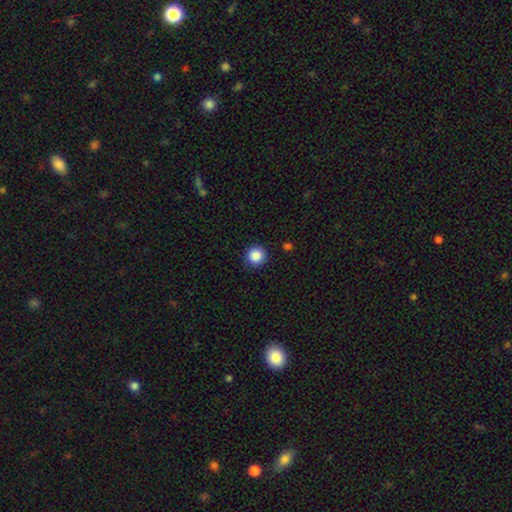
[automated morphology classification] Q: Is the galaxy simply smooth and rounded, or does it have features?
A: smooth — 87%.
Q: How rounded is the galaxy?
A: round — 95%.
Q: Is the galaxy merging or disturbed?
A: none — 91%.